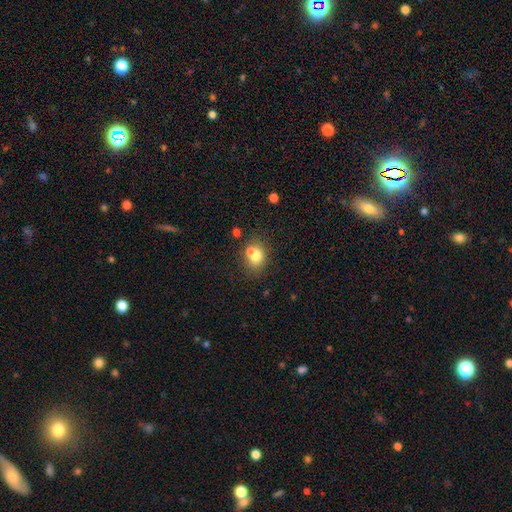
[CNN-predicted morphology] Smooth or featured? smooth (69%)
How rounded? round (62%)
Merging? none (45%)